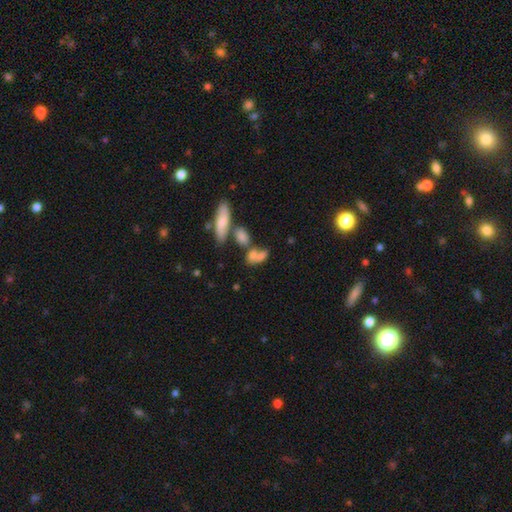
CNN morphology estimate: smooth_or_featured: smooth (p=0.68) [alt: featured or disk p=0.20]
how_rounded: in between (p=0.71) [alt: cigar-shaped p=0.15]
merging: merger (p=0.46) [alt: none p=0.33]